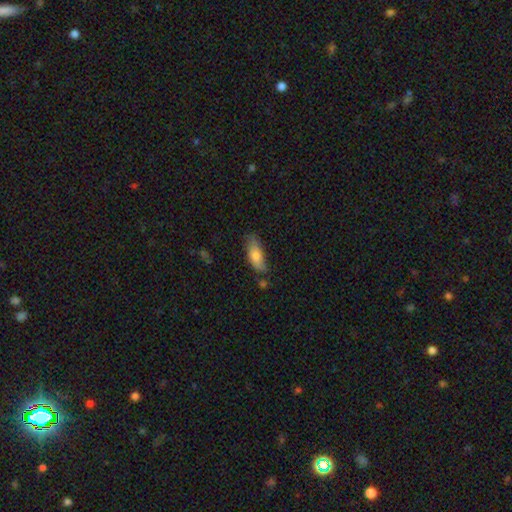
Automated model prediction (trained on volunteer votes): Smooth or featured? Predicted: smooth (p=0.76). How rounded? Predicted: in between (p=0.69). Merging? Predicted: none (p=0.61).